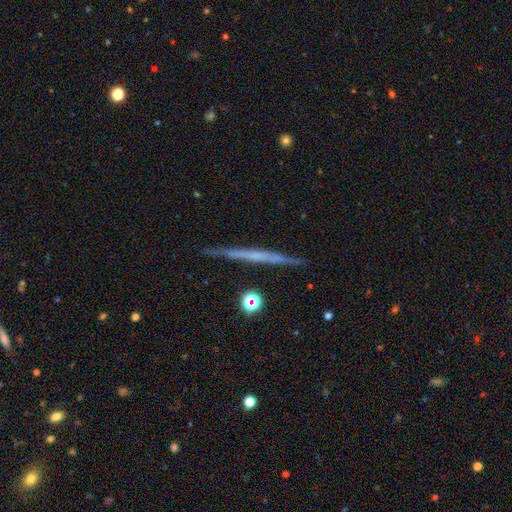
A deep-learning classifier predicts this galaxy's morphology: The model was most divided on "smooth or featured": featured or disk: 62%, smooth: 31%, star or artifact: 7%. More confident: edge-on disk — yes (97%); merging — none (89%); edge-on bulge — none (84%).